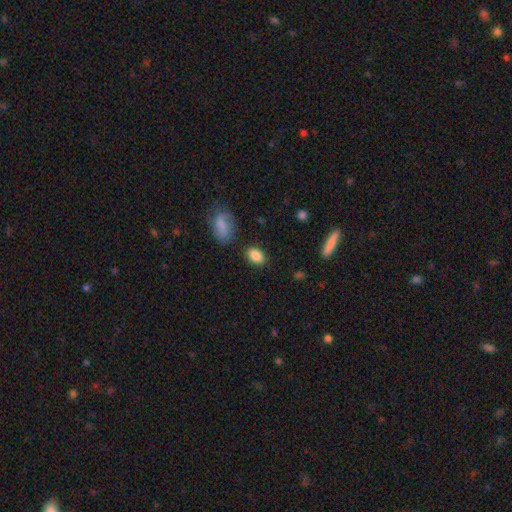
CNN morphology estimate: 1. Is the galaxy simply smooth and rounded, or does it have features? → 87% smooth, 8% star or artifact, 5% featured or disk.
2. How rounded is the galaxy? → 85% in between, 14% round, 2% cigar-shaped.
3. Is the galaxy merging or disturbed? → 84% none, 11% minor disturbance, 3% major disturbance, 3% merger.